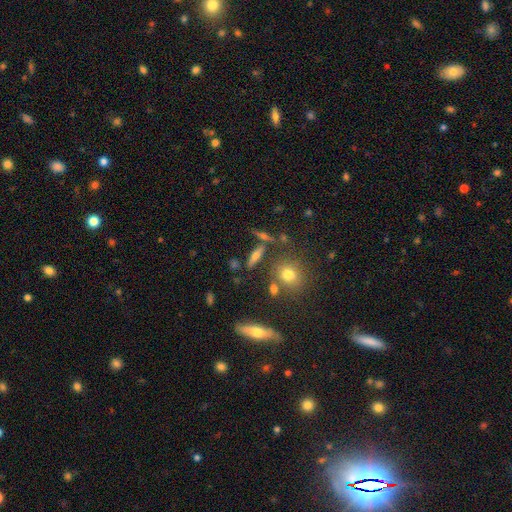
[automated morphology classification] smooth-or-featured: smooth: 45% | featured or disk: 41% | star or artifact: 14%
  merging: none: 74% | minor disturbance: 11% | merger: 11% | major disturbance: 5%